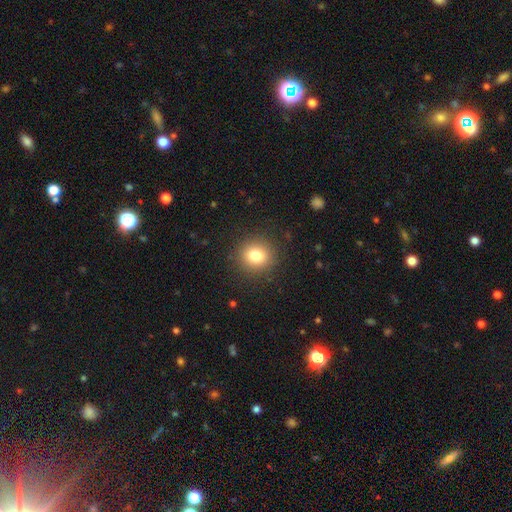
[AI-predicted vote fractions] A smooth galaxy with no disk features (81%) that is round (87%).

Vote fractions:
- Smooth or featured? smooth: 81% / star or artifact: 11% / featured or disk: 8%
- How rounded? round: 87% / in between: 12% / cigar-shaped: 1%
- Merging? none: 90% / minor disturbance: 7% / major disturbance: 3% / merger: 1%